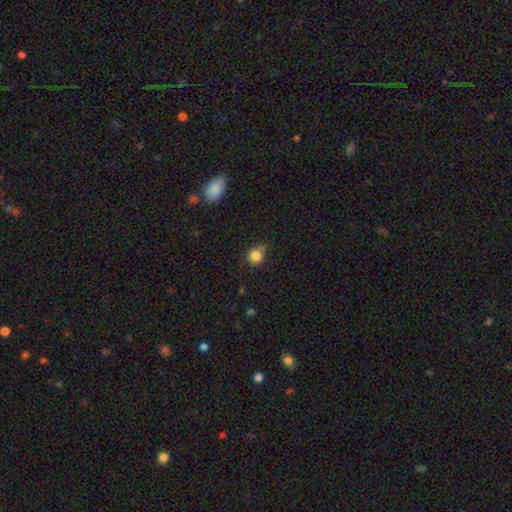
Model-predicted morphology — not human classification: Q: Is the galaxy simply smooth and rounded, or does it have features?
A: smooth — 83%.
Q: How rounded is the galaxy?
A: round — 85%.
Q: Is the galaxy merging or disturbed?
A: none — 64%.